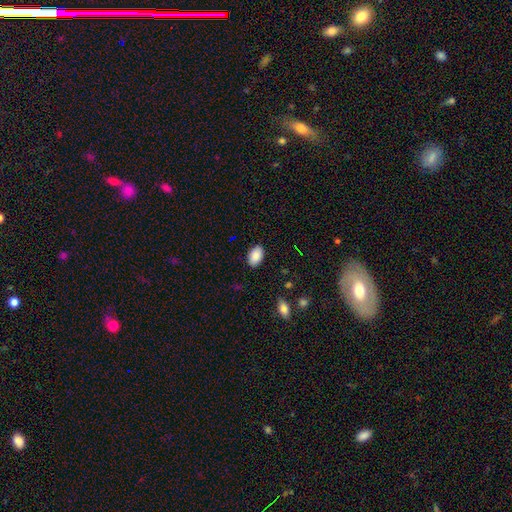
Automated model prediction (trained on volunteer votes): smooth_or_featured: smooth (p=0.89) [alt: star or artifact p=0.07]
how_rounded: in between (p=0.92) [alt: round p=0.07]
merging: none (p=0.88) [alt: minor disturbance p=0.09]